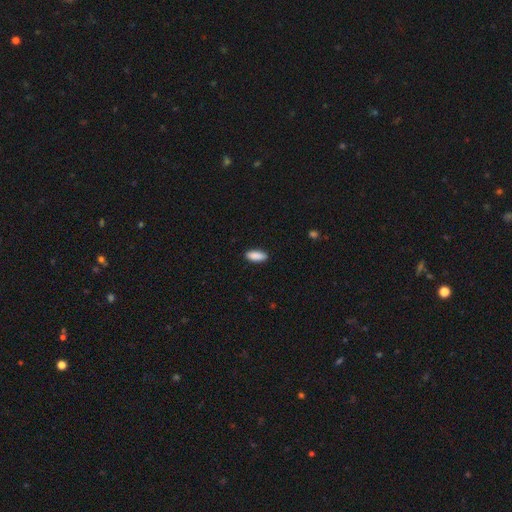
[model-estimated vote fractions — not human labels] smooth_or_featured: smooth (p=0.90) [alt: star or artifact p=0.06]
how_rounded: in between (p=0.82) [alt: cigar-shaped p=0.17]
merging: none (p=0.89) [alt: minor disturbance p=0.08]